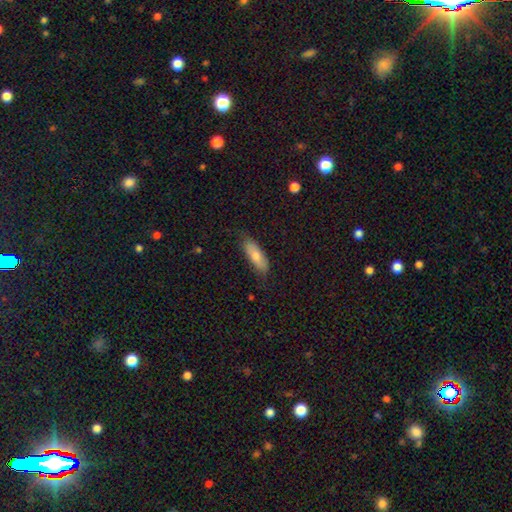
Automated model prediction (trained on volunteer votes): Morphology: type=smooth (76%); roundness=in between (65%); merging=none (76%).